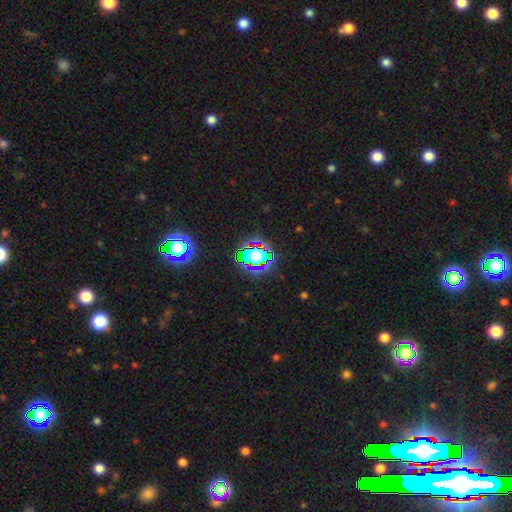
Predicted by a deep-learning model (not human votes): A star or artifact, not a galaxy (58%).

Vote fractions:
- Smooth or featured? star or artifact: 58% / smooth: 28% / featured or disk: 14%